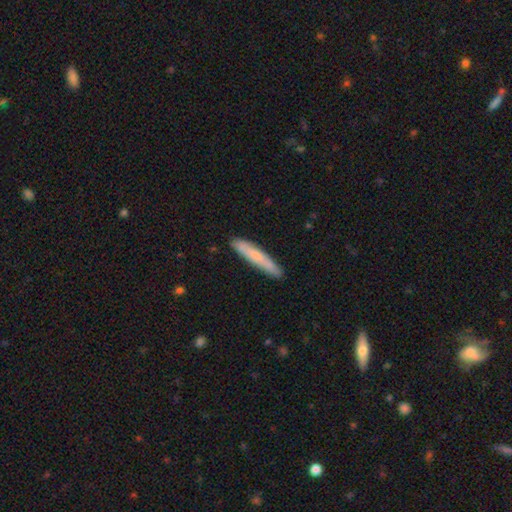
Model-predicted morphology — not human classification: Smooth or featured?
  - smooth: 72% *
  - featured or disk: 23%
  - star or artifact: 5%
How rounded?
  - cigar-shaped: 93% *
  - in between: 6%
  - round: 1%
Merging?
  - none: 88% *
  - minor disturbance: 9%
  - major disturbance: 1%
  - merger: 1%